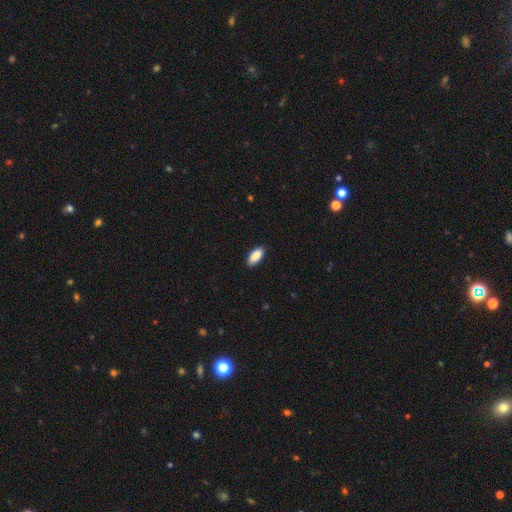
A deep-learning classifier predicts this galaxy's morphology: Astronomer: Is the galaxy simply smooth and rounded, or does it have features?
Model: smooth — 89%.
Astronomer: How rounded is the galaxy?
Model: in between — 87%.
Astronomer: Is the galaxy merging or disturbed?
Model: none — 89%.